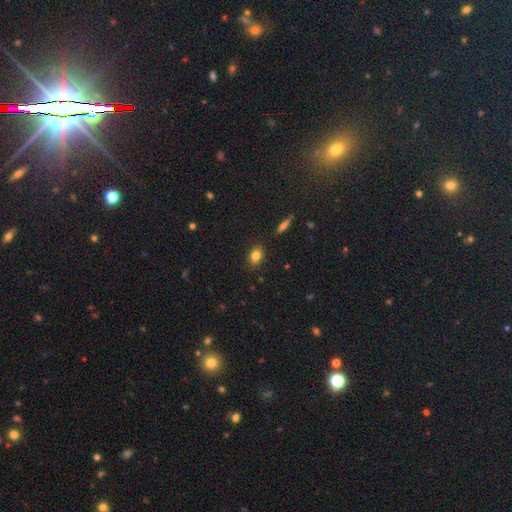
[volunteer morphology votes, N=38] Overall: smooth (84%). How rounded: in between (72%). Merging: none (89%).